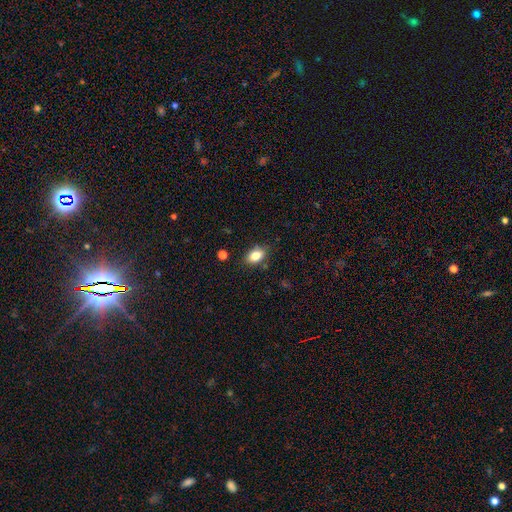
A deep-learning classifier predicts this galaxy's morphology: A smooth galaxy with no disk features (83%) that is in between round and cigar-shaped (84%). Merging: none (83%).